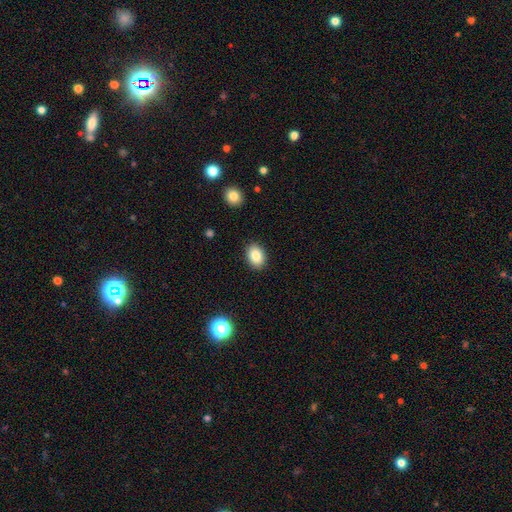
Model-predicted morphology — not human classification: Smooth or featured?
  - smooth: 85% *
  - star or artifact: 9%
  - featured or disk: 6%
How rounded?
  - in between: 72% *
  - round: 27%
  - cigar-shaped: 1%
Merging?
  - none: 89% *
  - minor disturbance: 8%
  - major disturbance: 2%
  - merger: 1%